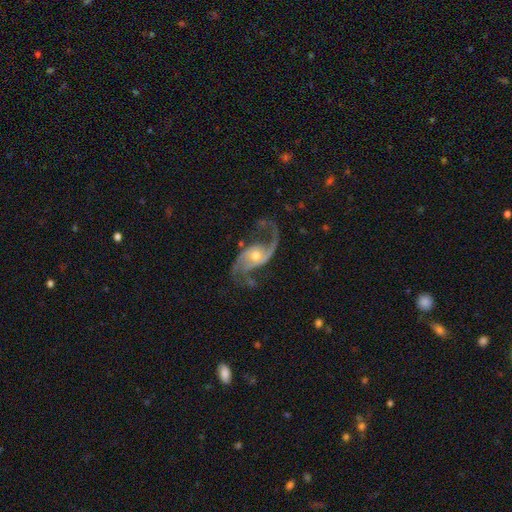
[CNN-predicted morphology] The model was most divided on "spiral winding": loose: 60%, medium: 33%, tight: 7%. More confident: spiral arms — yes (97%); edge-on disk — no (97%); smooth or featured — featured or disk (91%); spiral arm count — 2 (88%); merging — none (64%); bar — no (63%); bulge size — moderate (62%).